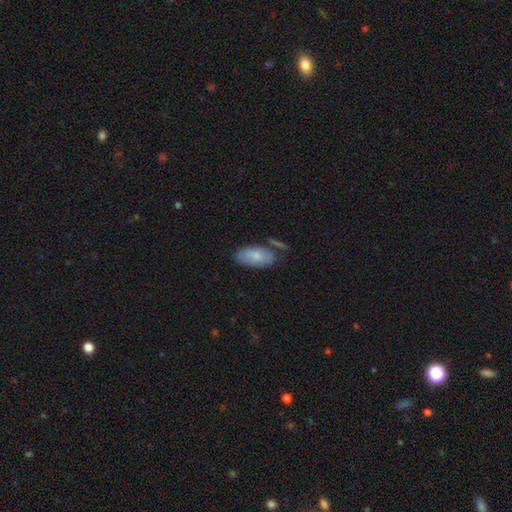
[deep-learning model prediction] smooth 76%, featured or disk 17%, star or artifact 7%. Down the decision tree: how rounded — in between (92%); merging — none (63%).